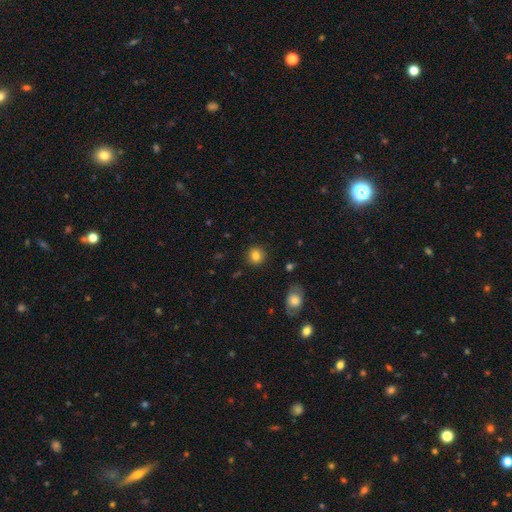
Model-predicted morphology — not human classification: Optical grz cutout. It shows a smooth galaxy with no disk features (83%) that is round (88%). Merging: none (89%).